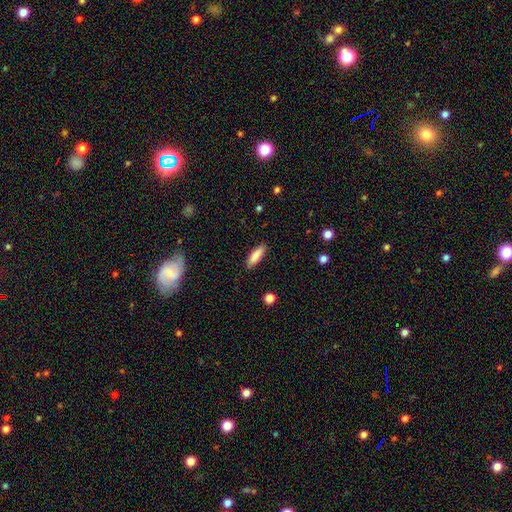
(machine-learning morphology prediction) Smooth or featured? Predicted: smooth (p=0.87). How rounded? Predicted: in between (p=0.51). Merging? Predicted: none (p=0.87).